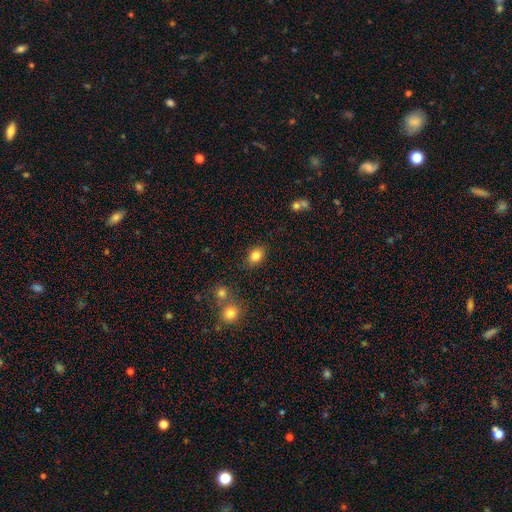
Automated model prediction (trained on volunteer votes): Overall: smooth (84%). How rounded: in between (68%; round 30%). Merging: none (83%).